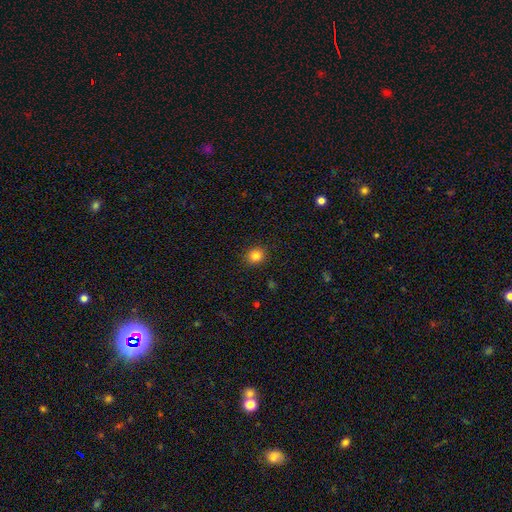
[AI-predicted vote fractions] This is clearly a smooth galaxy (84%). How rounded: clearly round (85%). Merging: clearly none (91%).